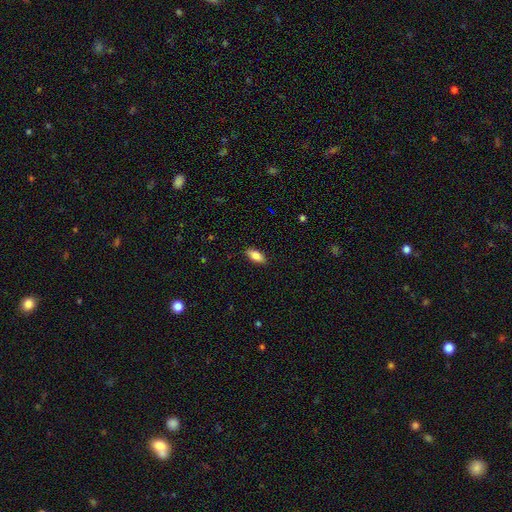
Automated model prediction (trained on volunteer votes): This appears to be a smooth galaxy with no disk features (84%) that is in between round and cigar-shaped (85%). Merging: none (88%).